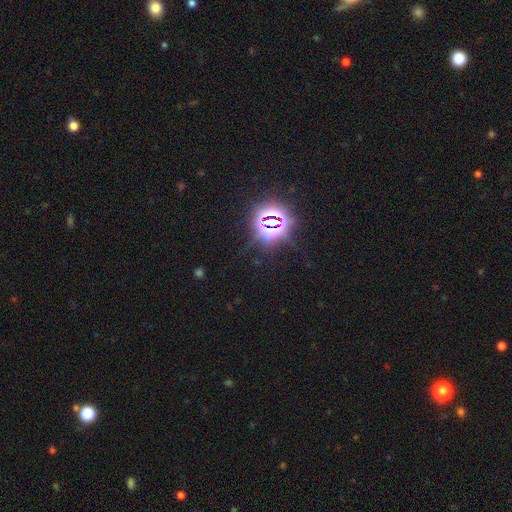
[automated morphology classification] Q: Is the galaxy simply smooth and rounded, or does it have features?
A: star or artifact — 80%.